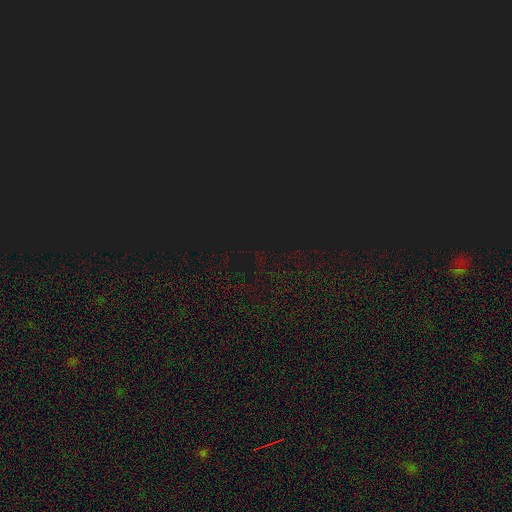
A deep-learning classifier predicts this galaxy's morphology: The model was most divided on "smooth or featured": star or artifact: 84%, smooth: 10%, featured or disk: 6%.